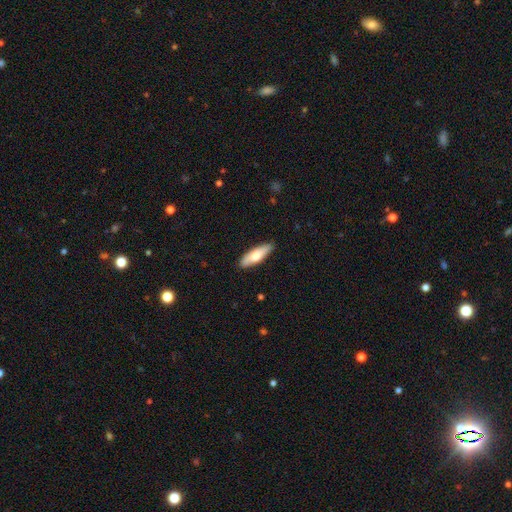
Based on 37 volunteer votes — Smooth or featured: smooth — 86% (featured or disk — 11%)
How rounded: in between — 69% (cigar-shaped — 31%)
Merging: none — 92% (minor disturbance — 8%)